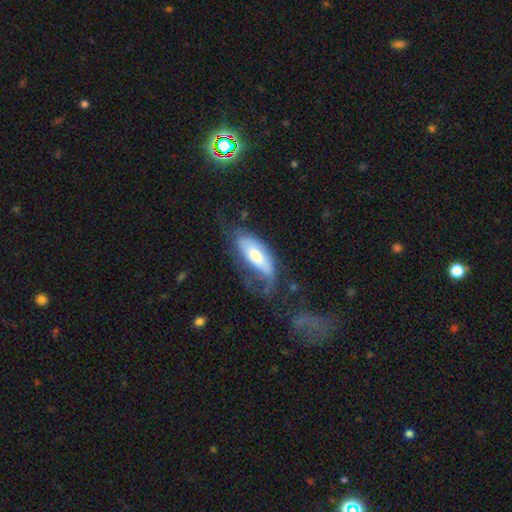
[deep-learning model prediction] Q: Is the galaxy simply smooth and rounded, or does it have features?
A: featured or disk — 49%.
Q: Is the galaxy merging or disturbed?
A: major disturbance — 39%.